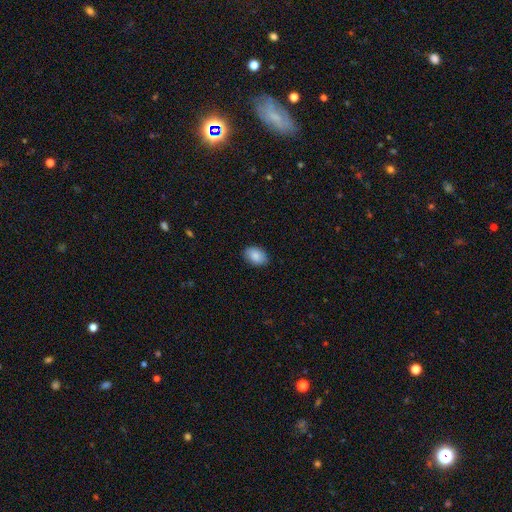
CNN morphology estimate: Smooth or featured: smooth — 87% (star or artifact — 7%)
How rounded: in between — 83% (round — 16%)
Merging: none — 87% (minor disturbance — 10%)